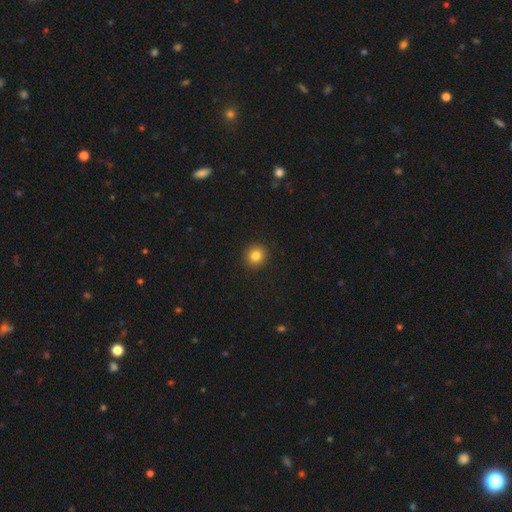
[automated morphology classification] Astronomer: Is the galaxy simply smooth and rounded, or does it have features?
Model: smooth — 84%.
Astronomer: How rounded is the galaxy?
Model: round — 90%.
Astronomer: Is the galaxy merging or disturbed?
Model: none — 92%.